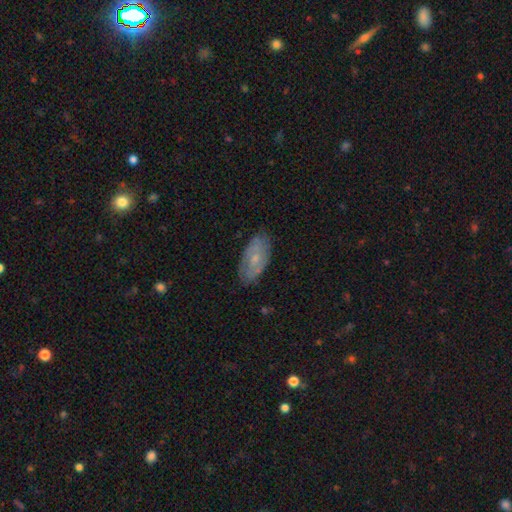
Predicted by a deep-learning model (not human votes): Overall: featured or disk (49%; smooth 44%). Merging: none (78%).